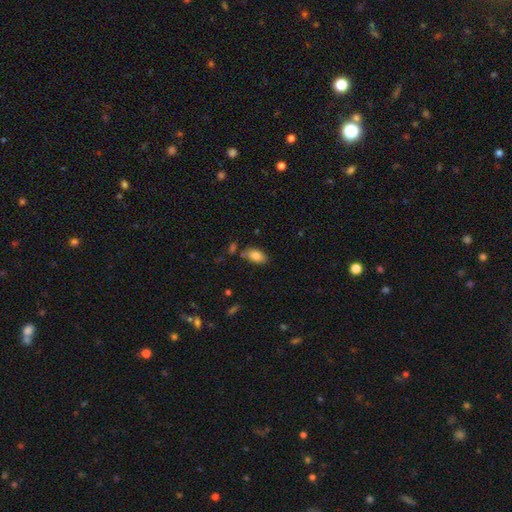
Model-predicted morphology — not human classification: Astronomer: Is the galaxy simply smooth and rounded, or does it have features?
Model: smooth — 81%.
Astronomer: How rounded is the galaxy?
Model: in between — 92%.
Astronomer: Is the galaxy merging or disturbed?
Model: none — 75%.